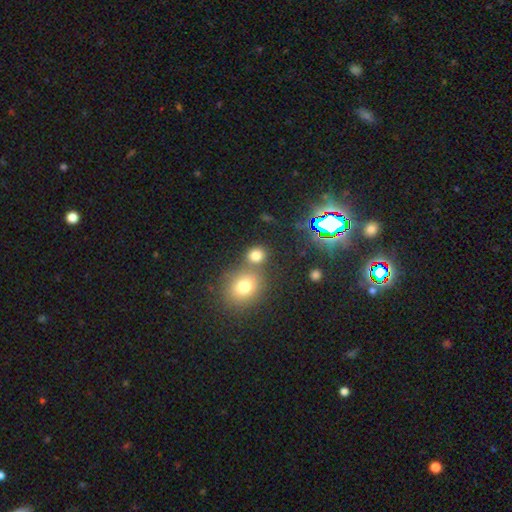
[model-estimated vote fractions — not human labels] Morphology: type=smooth (73%); roundness=round (78%); merging=none (61%).